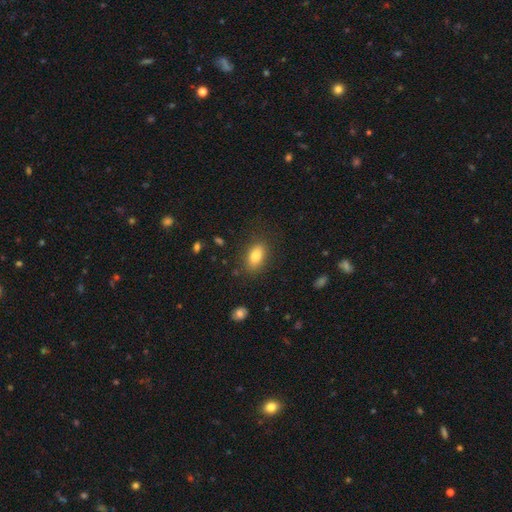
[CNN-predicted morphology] smooth_or_featured: smooth (p=0.82) [alt: featured or disk p=0.10]
how_rounded: in between (p=0.87) [alt: round p=0.09]
merging: none (p=0.83) [alt: minor disturbance p=0.12]